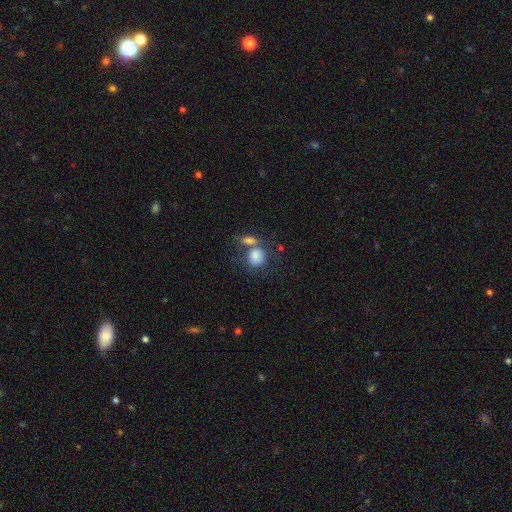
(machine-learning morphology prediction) smooth_or_featured: smooth (p=0.82) [alt: featured or disk p=0.10]
how_rounded: round (p=0.55) [alt: in between p=0.43]
merging: merger (p=0.42) [alt: none p=0.37]